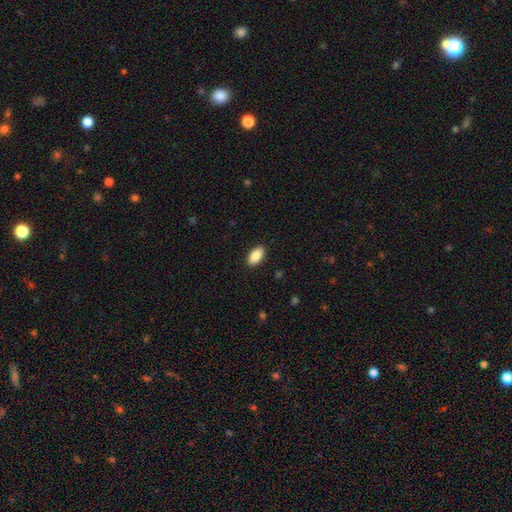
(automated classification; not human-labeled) smooth_or_featured: smooth (p=0.89) [alt: star or artifact p=0.07]
how_rounded: in between (p=0.94) [alt: cigar-shaped p=0.03]
merging: none (p=0.90) [alt: minor disturbance p=0.08]